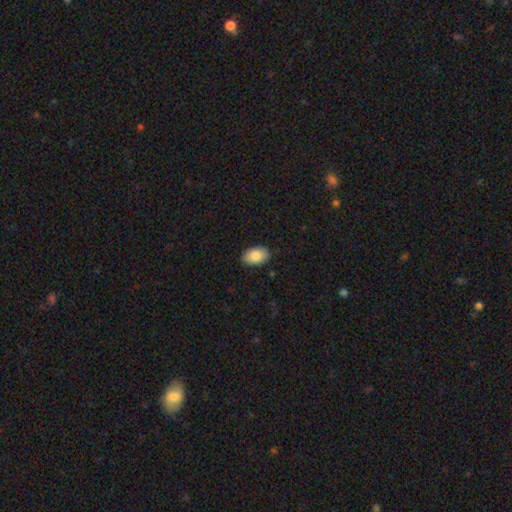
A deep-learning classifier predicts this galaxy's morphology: Q: Smooth or featured?
A: smooth (86%); runner-up: featured or disk (7%)
Q: How rounded?
A: in between (92%); runner-up: round (7%)
Q: Merging?
A: none (88%); runner-up: minor disturbance (10%)